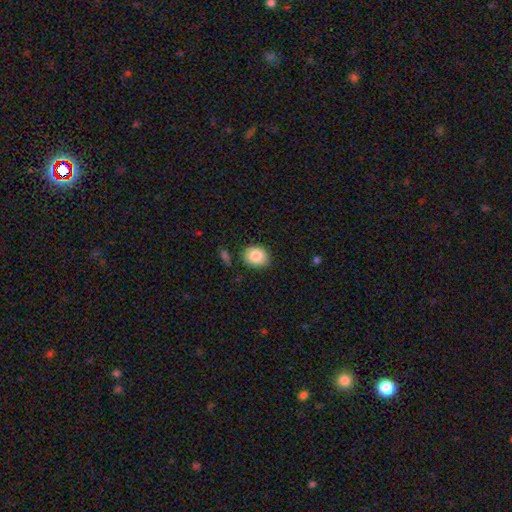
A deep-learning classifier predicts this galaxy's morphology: smooth 85%, star or artifact 8%, featured or disk 7%. Down the decision tree: how rounded — round (54%); merging — none (83%).